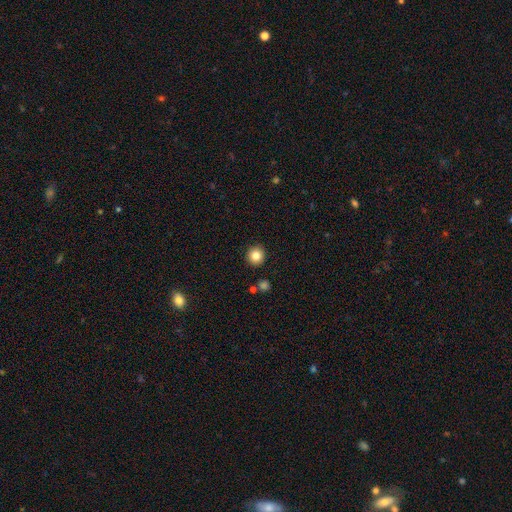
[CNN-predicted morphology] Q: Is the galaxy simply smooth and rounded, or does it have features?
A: smooth — 84%.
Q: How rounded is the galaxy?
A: round — 94%.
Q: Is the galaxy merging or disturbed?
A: none — 91%.